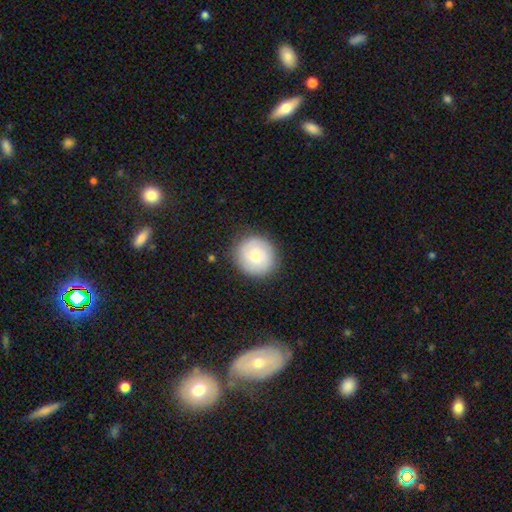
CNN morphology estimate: Overall: smooth (57%; featured or disk 36%). How rounded: round (87%). Merging: none (86%).